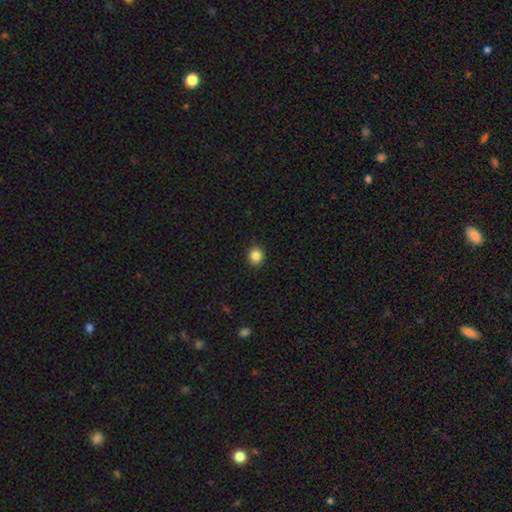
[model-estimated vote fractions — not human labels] This is clearly a smooth galaxy (86%). How rounded: clearly round (88%). Merging: clearly none (91%).